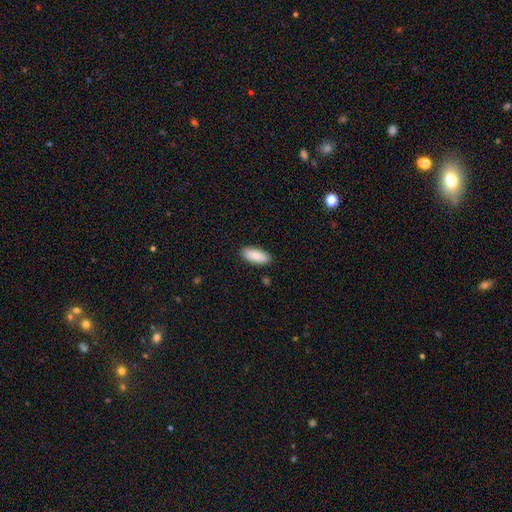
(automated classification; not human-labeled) Overall: smooth (88%). How rounded: in between (86%). Merging: none (88%).